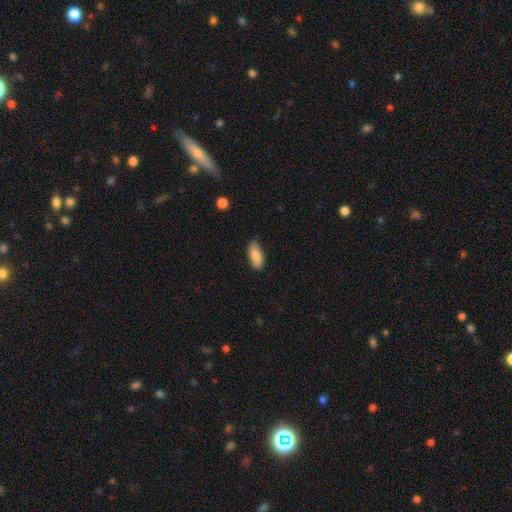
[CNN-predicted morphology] This appears to be a smooth galaxy with no disk features (87%) that is in between round and cigar-shaped (82%). Merging: none (76%).